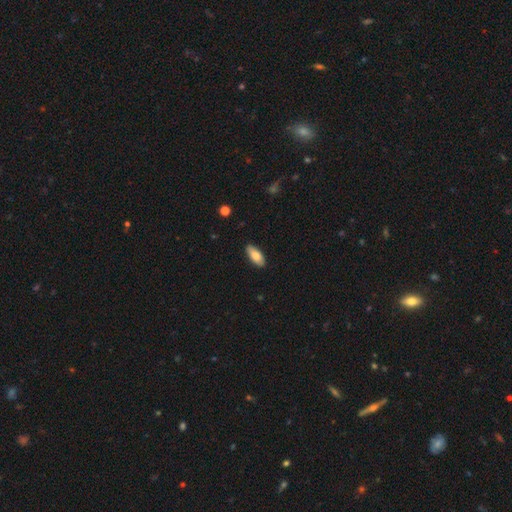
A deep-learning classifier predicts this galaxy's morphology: Overall: smooth (79%). How rounded: in between (85%). Merging: none (87%).